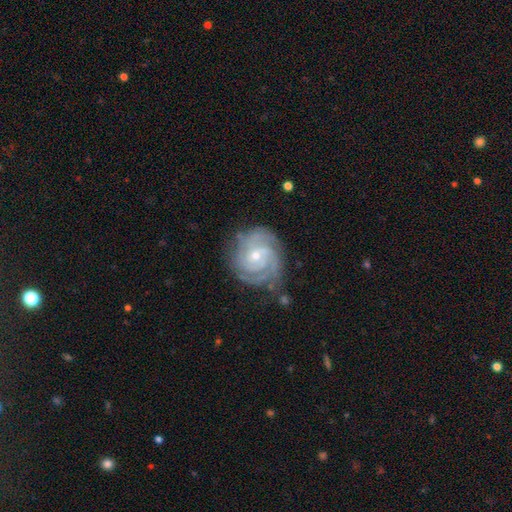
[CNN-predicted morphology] smooth-or-featured: featured or disk: 88% | smooth: 6% | star or artifact: 6%
  disk-edge-on: no: 98% | yes: 2%
    bar: no: 63% | weak: 30% | strong: 7%
    has-spiral-arms: yes: 98% | no: 2%
      spiral-winding: tight: 74% | medium: 22% | loose: 3%
      spiral-arm-count: 3: 37% | 4: 19% | 2: 17% | can't tell: 17% | more than 4: 5% | 1: 5%
    bulge-size: small: 65% | moderate: 32% | none: 1% | large: 1% | dominant: 1%
  merging: none: 73% | minor disturbance: 19% | major disturbance: 6% | merger: 2%